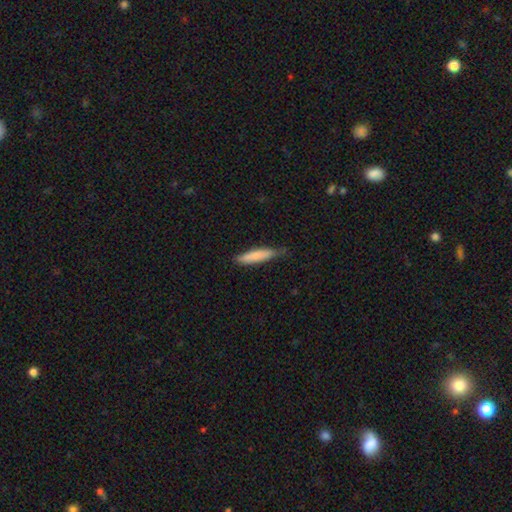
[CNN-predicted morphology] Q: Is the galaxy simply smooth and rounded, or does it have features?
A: smooth — 80%.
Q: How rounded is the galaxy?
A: cigar-shaped — 81%.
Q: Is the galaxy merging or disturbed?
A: none — 69%.